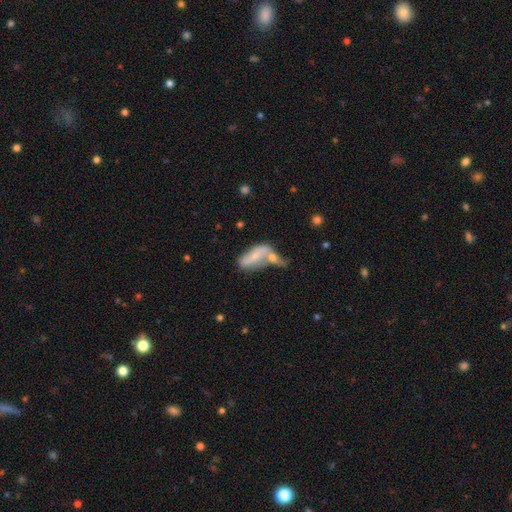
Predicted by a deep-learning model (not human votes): Smooth or featured? Predicted: smooth (p=0.47). Merging? Predicted: merger (p=0.56).